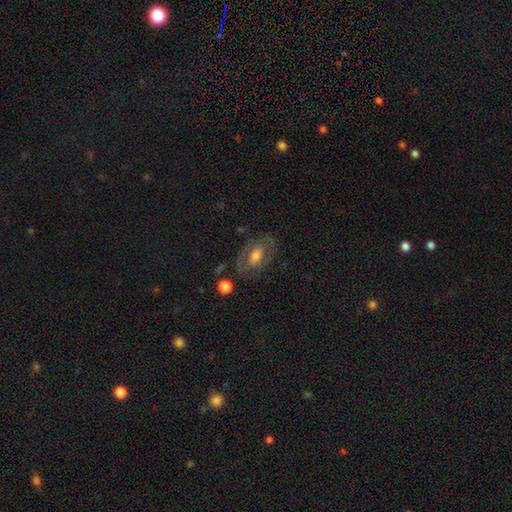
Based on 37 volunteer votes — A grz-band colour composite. It shows a featured or disk galaxy (65%) with no bar (85%), no spiral arms (80%) and a large central bulge (50%). Merging: none (74%).